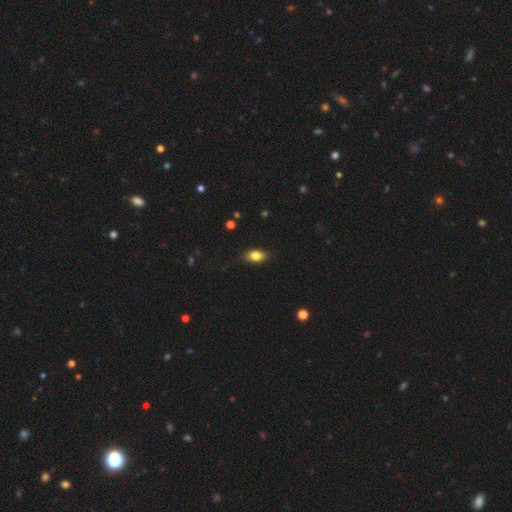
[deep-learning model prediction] Smooth or featured?
  - smooth: 83% *
  - featured or disk: 9%
  - star or artifact: 9%
How rounded?
  - in between: 88% *
  - round: 9%
  - cigar-shaped: 3%
Merging?
  - none: 87% *
  - minor disturbance: 10%
  - major disturbance: 2%
  - merger: 1%